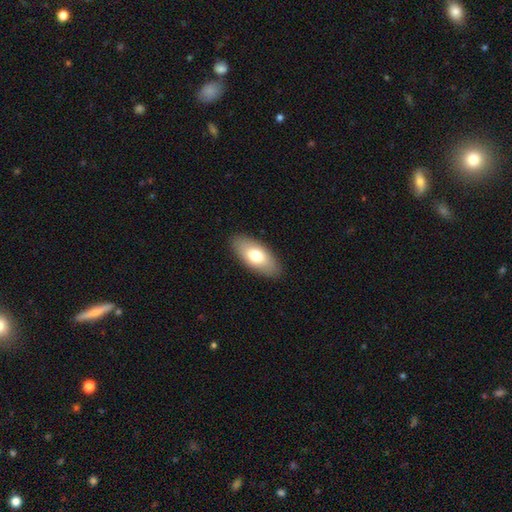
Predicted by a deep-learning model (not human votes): This is likely a smooth galaxy (73%). How rounded: clearly in between (89%). Merging: clearly none (89%).